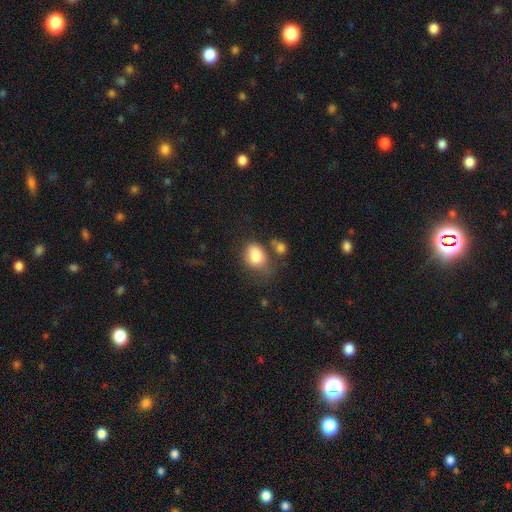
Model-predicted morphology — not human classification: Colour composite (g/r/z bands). It shows a smooth galaxy with no disk features (82%) that is in between round and cigar-shaped (74%). Merging: none (40%).